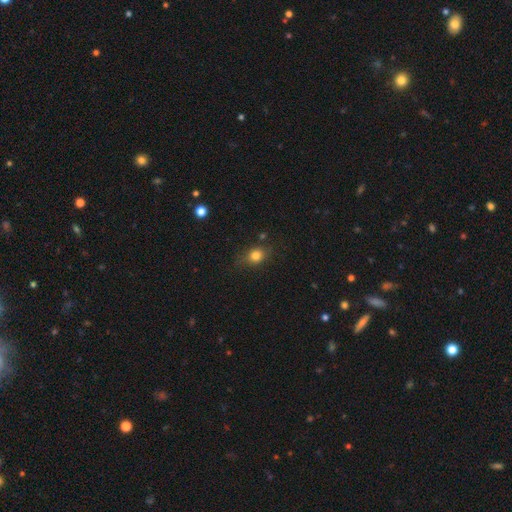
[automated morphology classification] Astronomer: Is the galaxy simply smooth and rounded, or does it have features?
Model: smooth — 80%.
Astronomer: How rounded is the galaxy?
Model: round — 52% (runner-up: in between, 46%).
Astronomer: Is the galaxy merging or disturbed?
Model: none — 74%.